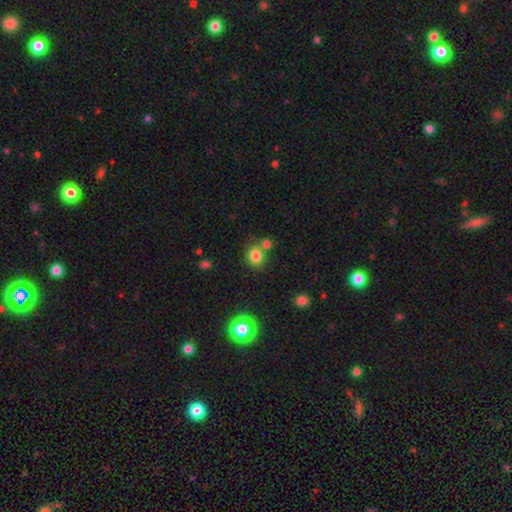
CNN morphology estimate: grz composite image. It shows a smooth galaxy with no disk features (80%) that is round (72%). Merging: none (64%).